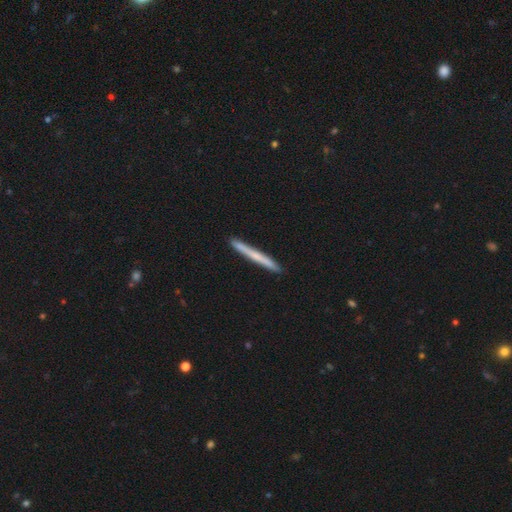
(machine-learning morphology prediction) Overall: smooth (54%; featured or disk 41%). How rounded: cigar-shaped (97%). Merging: none (91%).